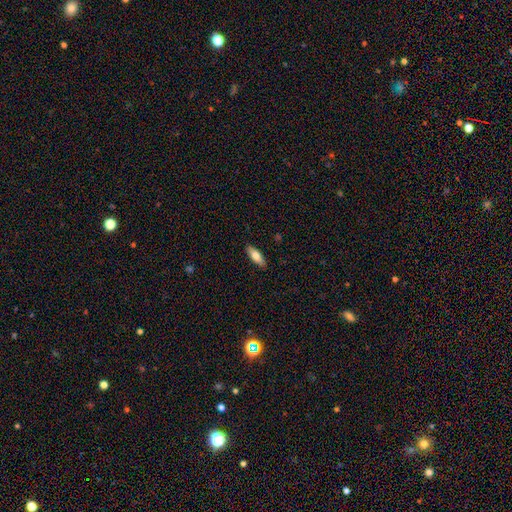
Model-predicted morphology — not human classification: Smooth or featured?
  - smooth: 72% *
  - featured or disk: 22%
  - star or artifact: 6%
How rounded?
  - in between: 59% *
  - cigar-shaped: 39%
  - round: 2%
Merging?
  - none: 89% *
  - minor disturbance: 9%
  - major disturbance: 2%
  - merger: 1%